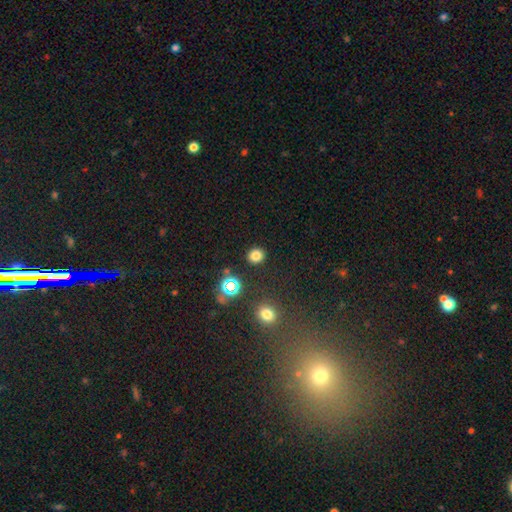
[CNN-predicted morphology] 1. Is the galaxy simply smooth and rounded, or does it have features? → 77% smooth, 17% star or artifact, 5% featured or disk.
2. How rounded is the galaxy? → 79% round, 20% in between, 1% cigar-shaped.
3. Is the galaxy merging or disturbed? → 89% none, 6% minor disturbance, 3% major disturbance, 2% merger.